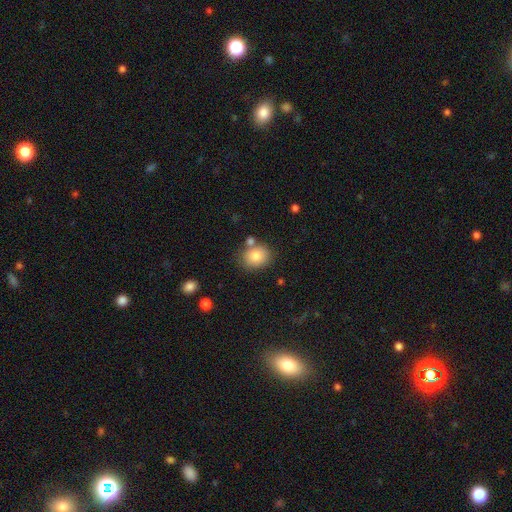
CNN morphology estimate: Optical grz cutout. It shows a smooth galaxy with no disk features (82%) that is round (59%). Merging: none (71%).